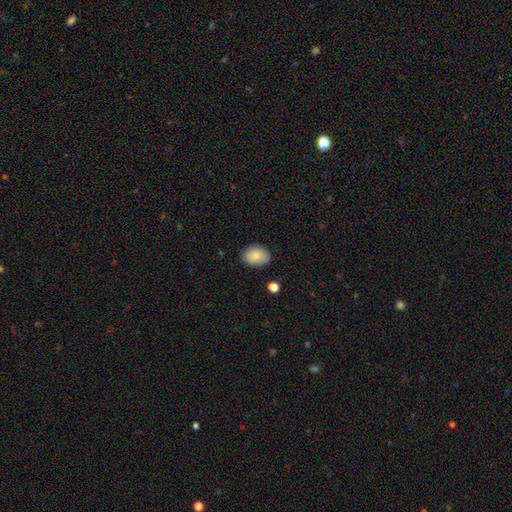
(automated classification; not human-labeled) smooth 86%, star or artifact 7%, featured or disk 6%. Down the decision tree: how rounded — in between (76%); merging — none (83%).